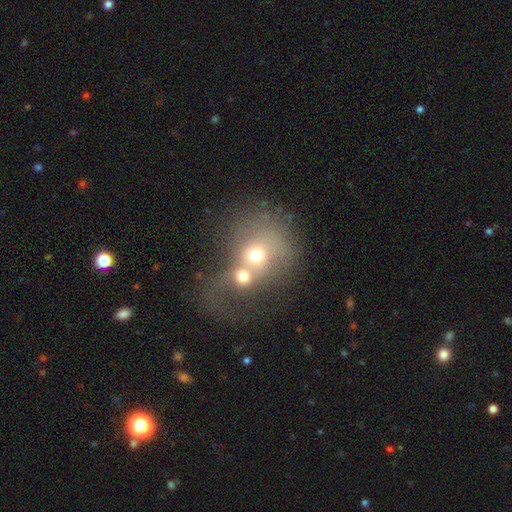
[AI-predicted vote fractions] Overall: smooth (60%; featured or disk 25%). How rounded: round (68%; in between 31%). Merging: merger (71%).